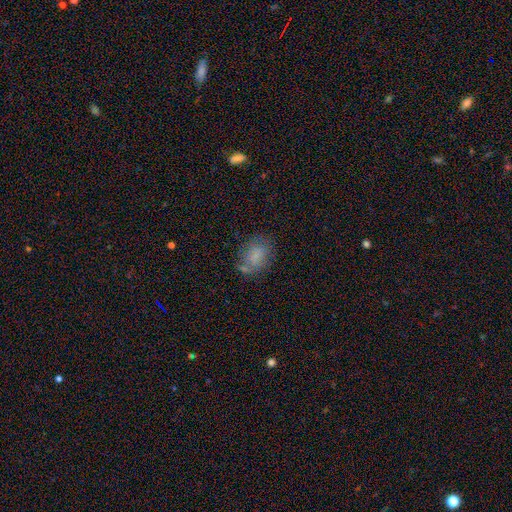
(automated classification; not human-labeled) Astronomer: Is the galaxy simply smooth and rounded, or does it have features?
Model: smooth — 74%.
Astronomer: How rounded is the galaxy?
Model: in between — 74%.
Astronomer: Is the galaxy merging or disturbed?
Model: none — 60%.